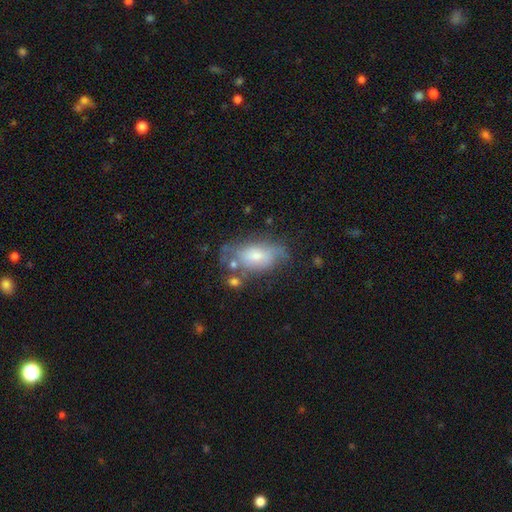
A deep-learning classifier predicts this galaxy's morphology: This appears to be a smooth galaxy with no disk features (48%). Merging: none (49%).